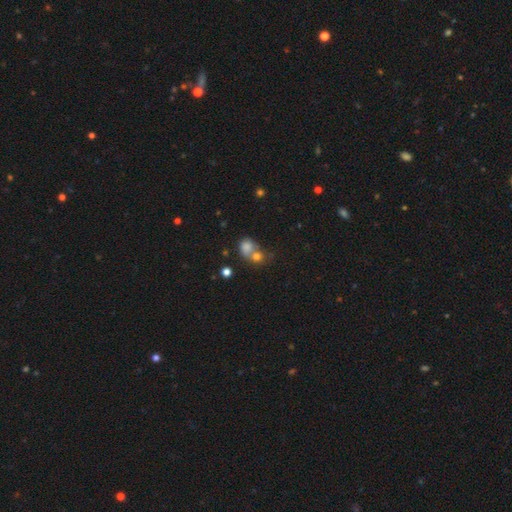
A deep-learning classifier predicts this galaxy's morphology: Smooth or featured? smooth (67%)
How rounded? round (72%)
Merging? merger (57%)